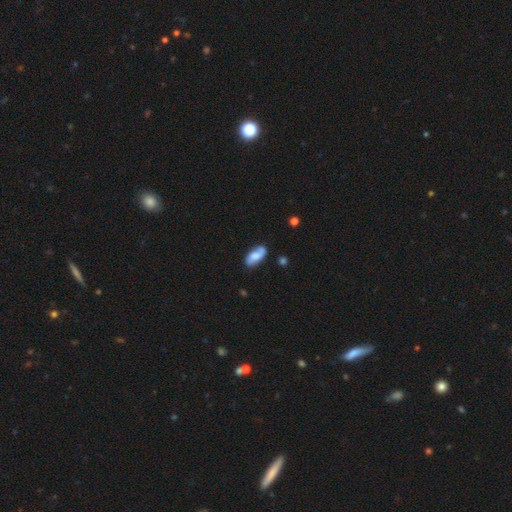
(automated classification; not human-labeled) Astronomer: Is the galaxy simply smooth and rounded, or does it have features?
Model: smooth — 52% (runner-up: featured or disk, 41%).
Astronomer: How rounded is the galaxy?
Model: in between — 88%.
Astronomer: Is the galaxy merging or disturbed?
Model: none — 69%.